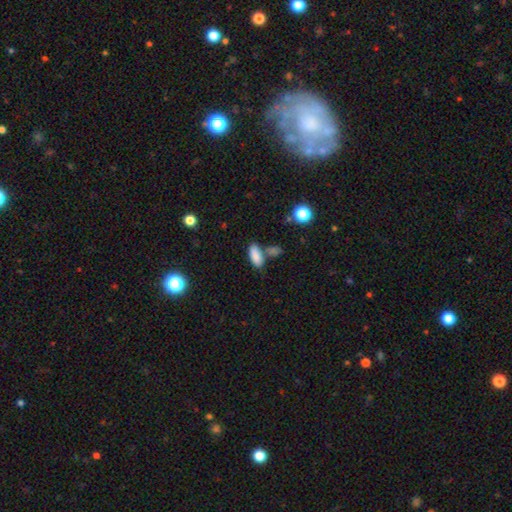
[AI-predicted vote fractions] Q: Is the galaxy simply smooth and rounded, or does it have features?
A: smooth — 85%.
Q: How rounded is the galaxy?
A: in between — 81%.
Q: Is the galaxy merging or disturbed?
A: none — 58%.